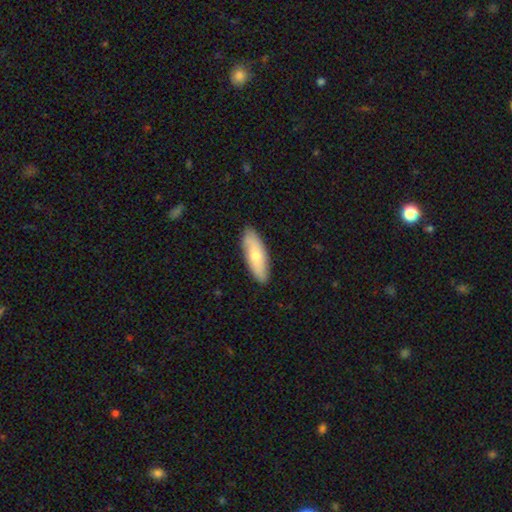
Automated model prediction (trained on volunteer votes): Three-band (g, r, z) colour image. It shows a smooth galaxy with no disk features (63%) that is in between round and cigar-shaped (60%). Merging: none (85%).